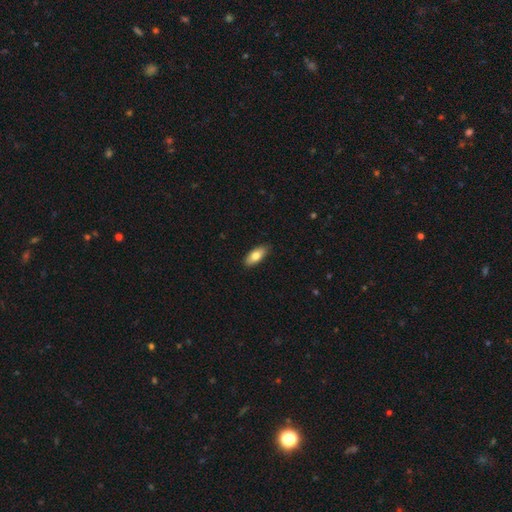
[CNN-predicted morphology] type=smooth (78%); roundness=in between (85%); merging=none (88%).